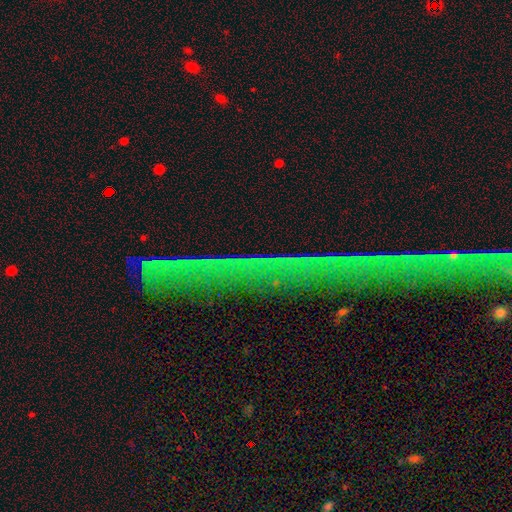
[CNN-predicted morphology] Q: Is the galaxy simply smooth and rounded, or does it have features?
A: star or artifact — 73%.